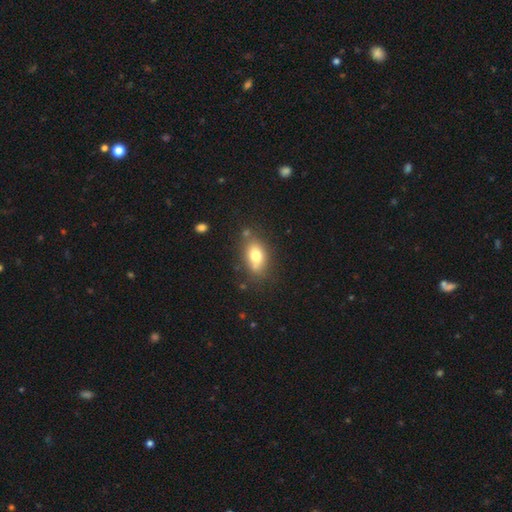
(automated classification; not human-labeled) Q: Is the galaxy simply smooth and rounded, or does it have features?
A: smooth — 74%.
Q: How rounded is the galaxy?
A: in between — 82%.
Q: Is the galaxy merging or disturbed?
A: none — 66%.